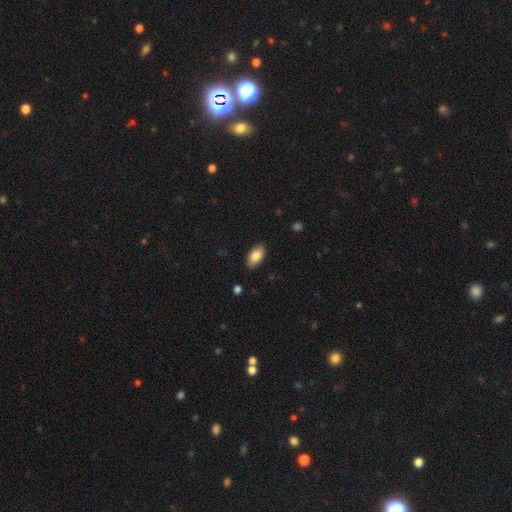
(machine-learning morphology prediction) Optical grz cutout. It shows a smooth galaxy with no disk features (84%) that is in between round and cigar-shaped (94%). Merging: none (86%).